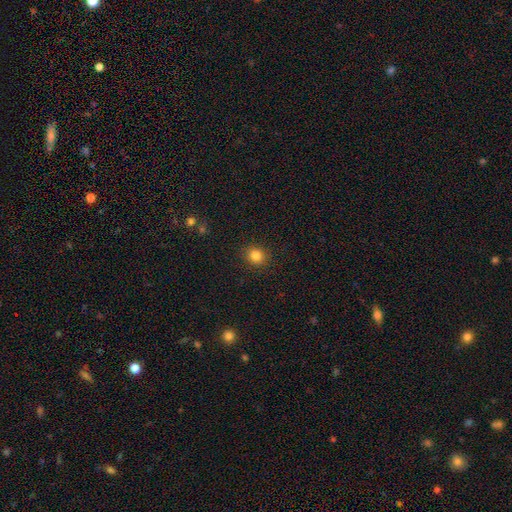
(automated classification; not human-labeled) Q: Smooth or featured?
A: smooth (83%); runner-up: star or artifact (12%)
Q: How rounded?
A: round (84%); runner-up: in between (15%)
Q: Merging?
A: none (90%); runner-up: minor disturbance (7%)